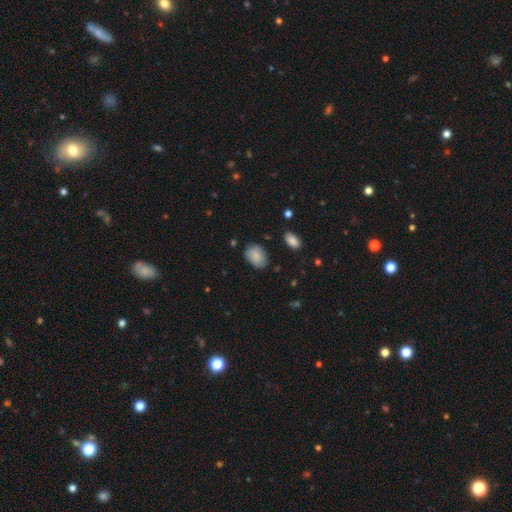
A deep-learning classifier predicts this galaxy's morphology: type=smooth (85%); roundness=in between (79%); merging=none (72%).